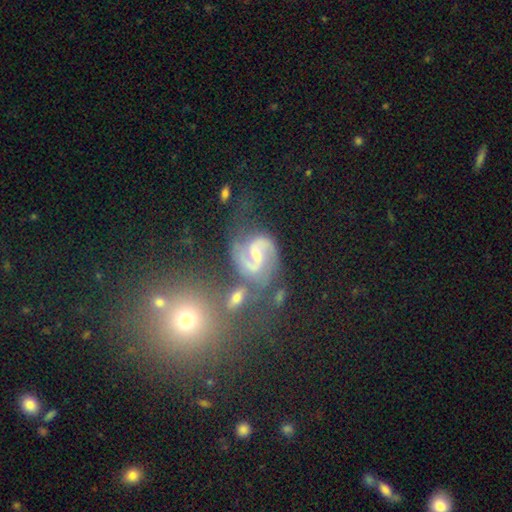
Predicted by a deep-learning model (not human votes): Smooth or featured? featured or disk (86%)
Edge-on disk? no (98%)
Bar? weak (50%)
Spiral arms? yes (97%)
Spiral winding? medium (59%)
Spiral arm count? 2 (92%)
Bulge size? small (52%)
Merging? none (56%)